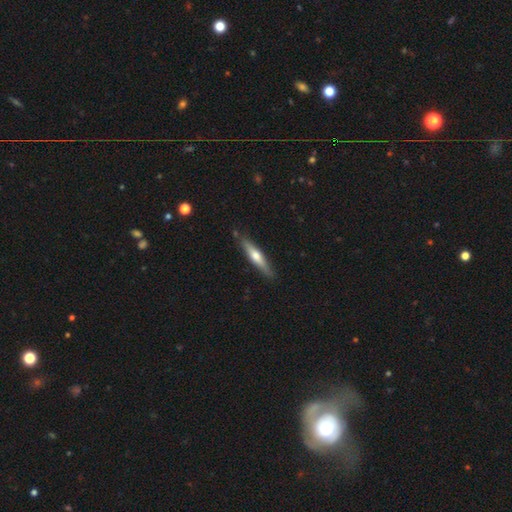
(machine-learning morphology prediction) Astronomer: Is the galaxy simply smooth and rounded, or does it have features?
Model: featured or disk — 50% (runner-up: smooth, 45%).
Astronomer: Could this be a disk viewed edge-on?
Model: yes — 94%.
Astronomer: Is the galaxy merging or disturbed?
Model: none — 85%.